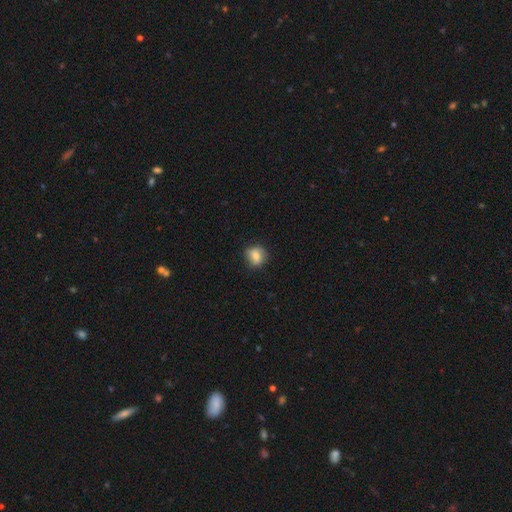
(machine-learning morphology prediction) smooth_or_featured: smooth (p=0.75) [alt: featured or disk p=0.16]
how_rounded: round (p=0.70) [alt: in between p=0.28]
merging: none (p=0.77) [alt: minor disturbance p=0.18]